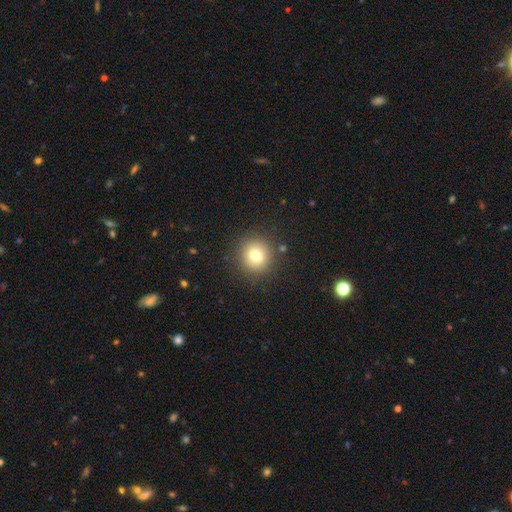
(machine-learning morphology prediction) smooth 77%, star or artifact 12%, featured or disk 11%. Down the decision tree: how rounded — round (90%); merging — none (88%).